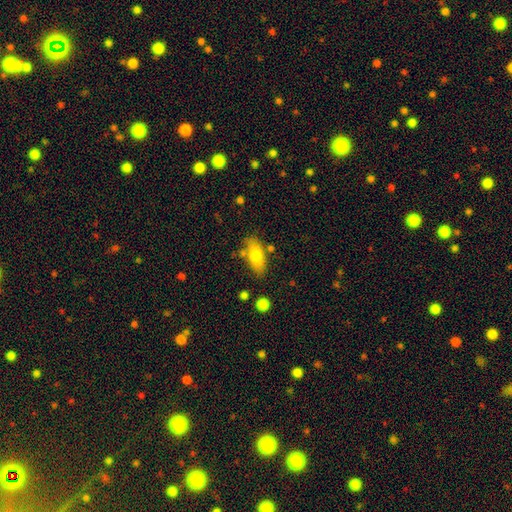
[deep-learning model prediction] Overall: smooth (75%). How rounded: in between (82%). Merging: none (71%).